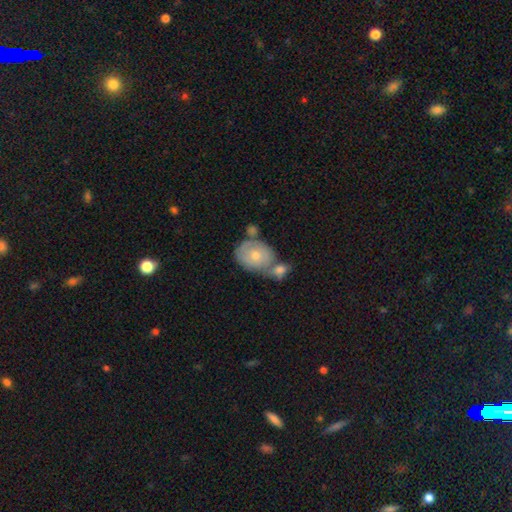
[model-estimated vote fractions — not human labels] The model was most divided on "smooth or featured": smooth: 50%, featured or disk: 44%, star or artifact: 6%. Remaining: merging — merger (47%).